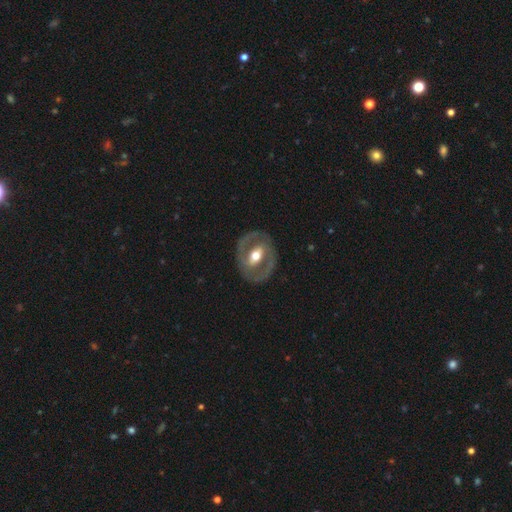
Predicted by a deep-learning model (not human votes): This appears to be a featured or disk galaxy (76%) with a strong bar (41%), spiral arms (63%) and a moderate central bulge (72%). Merging: none (82%).